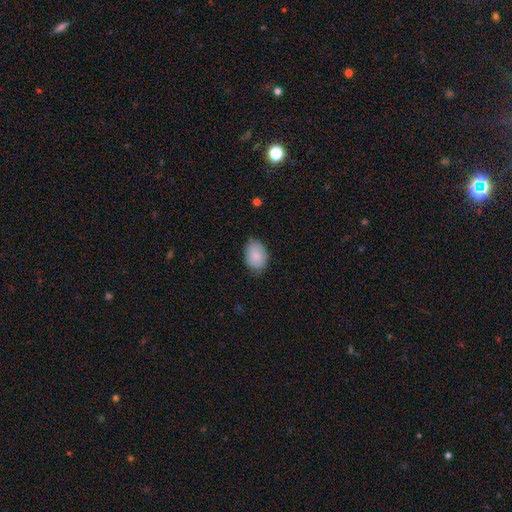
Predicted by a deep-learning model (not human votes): Smooth or featured: smooth — 84% (featured or disk — 10%)
How rounded: in between — 82% (round — 16%)
Merging: none — 78% (minor disturbance — 18%)